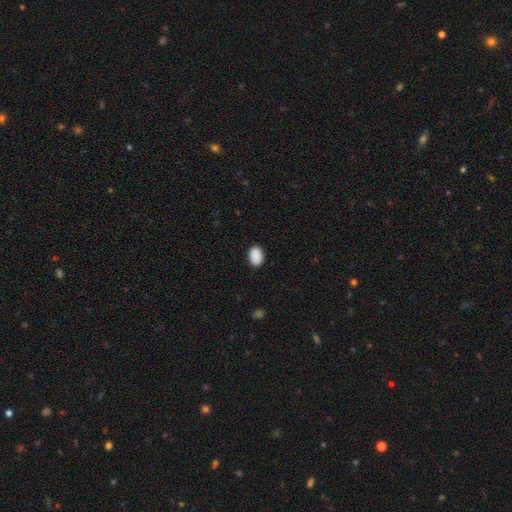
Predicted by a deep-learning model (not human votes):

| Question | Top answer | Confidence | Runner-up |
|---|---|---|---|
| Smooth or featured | smooth | 91% | star or artifact (7%) |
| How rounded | in between | 80% | round (19%) |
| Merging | none | 88% | minor disturbance (9%) |